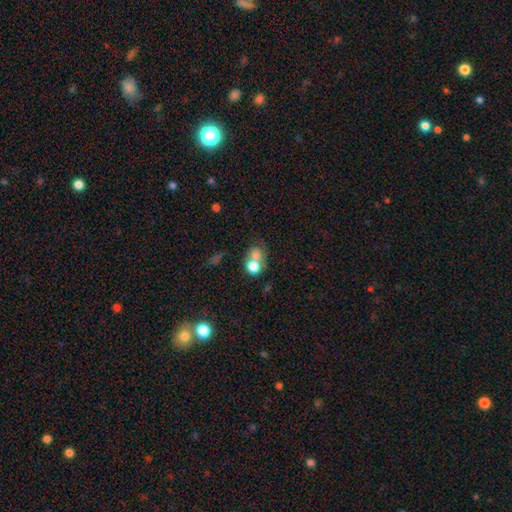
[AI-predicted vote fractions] This appears to be a smooth galaxy with no disk features (72%) that is round (66%). Merging: merger (62%).